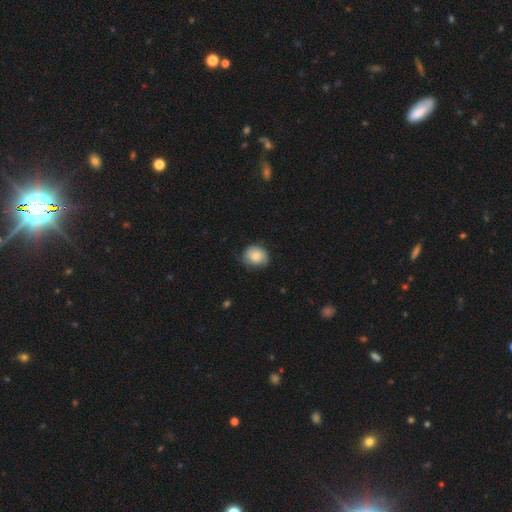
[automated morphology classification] Overall: smooth (77%). How rounded: round (72%). Merging: none (67%).